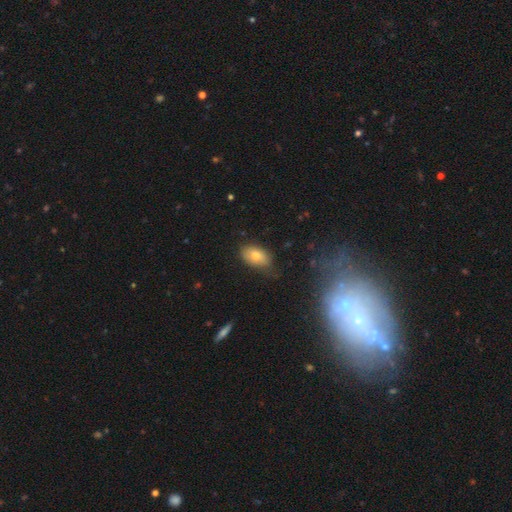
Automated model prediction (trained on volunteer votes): Overall: smooth (76%). How rounded: in between (91%). Merging: none (65%; minor disturbance 27%).